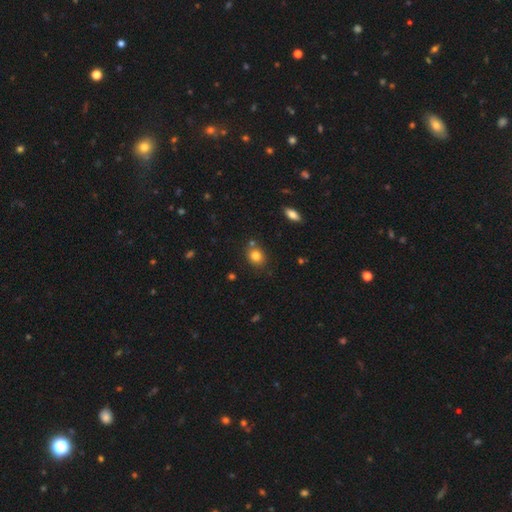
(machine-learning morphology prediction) smooth 81%, star or artifact 11%, featured or disk 8%. Down the decision tree: how rounded — round (62%); merging — none (75%).